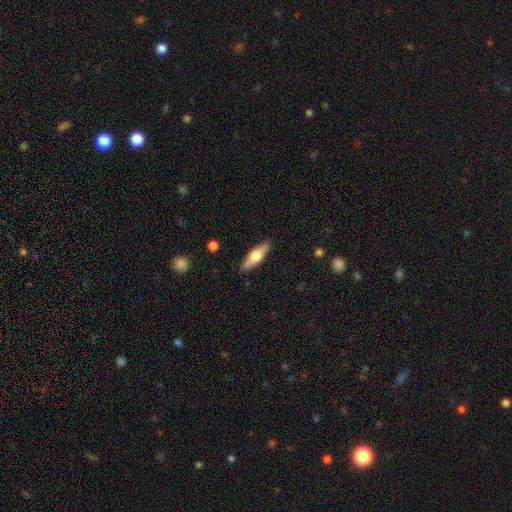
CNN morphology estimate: featured or disk 49%, smooth 46%, star or artifact 5%. Down the decision tree: merging — none (89%).